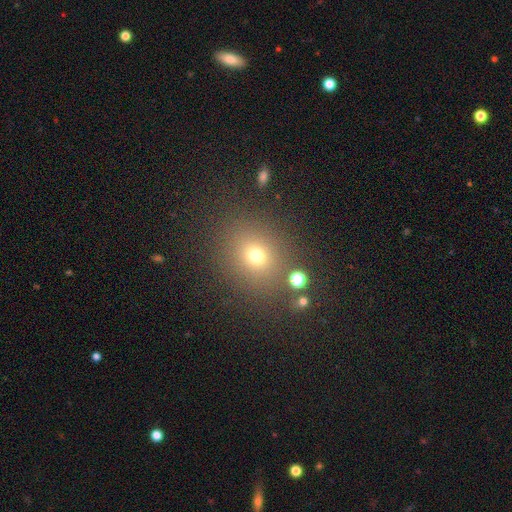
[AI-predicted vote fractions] A smooth galaxy with no disk features (70%) that is round (75%). Merging: none (83%).